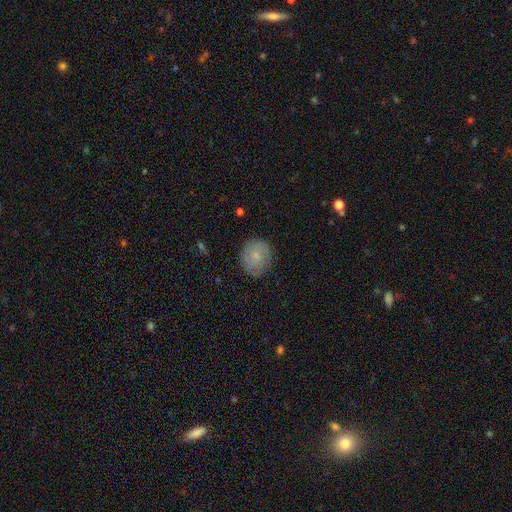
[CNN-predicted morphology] This is likely a smooth galaxy (69%). How rounded: likely round (71%). Merging: likely none (80%).